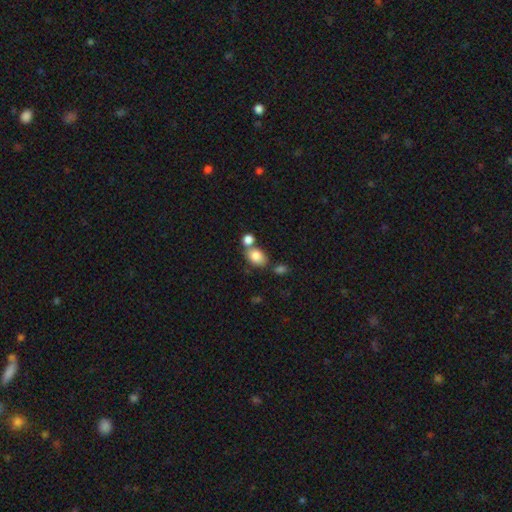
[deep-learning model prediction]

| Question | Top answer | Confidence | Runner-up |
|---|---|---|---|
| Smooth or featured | smooth | 83% | star or artifact (9%) |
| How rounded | in between | 74% | round (25%) |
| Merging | none | 48% | merger (34%) |